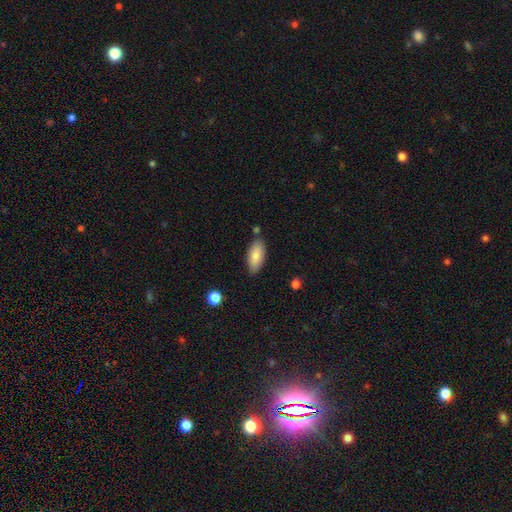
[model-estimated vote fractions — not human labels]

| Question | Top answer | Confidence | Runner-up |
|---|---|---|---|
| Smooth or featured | smooth | 82% | featured or disk (12%) |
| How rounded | in between | 90% | cigar-shaped (8%) |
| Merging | none | 81% | minor disturbance (12%) |